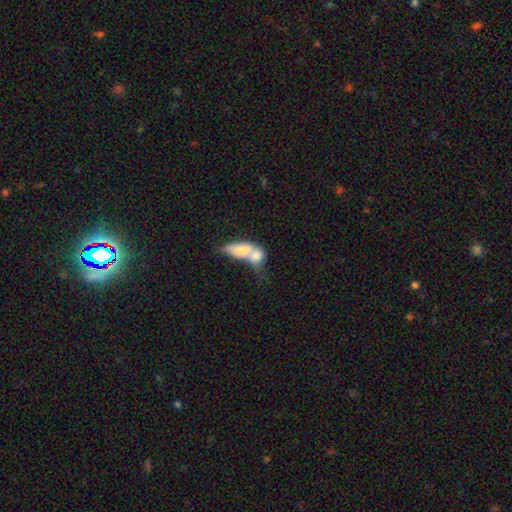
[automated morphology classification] Smooth or featured? smooth (67%)
How rounded? in between (69%)
Merging? merger (76%)